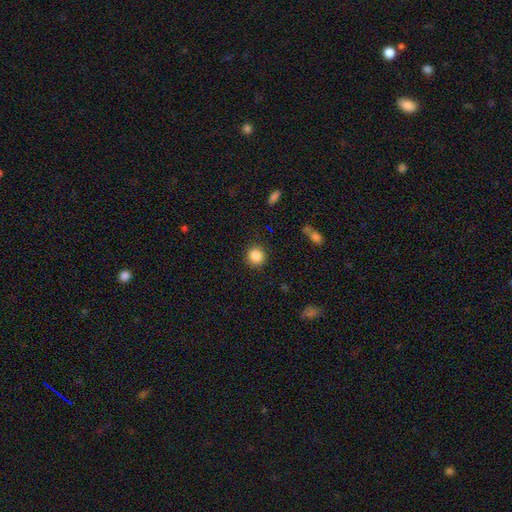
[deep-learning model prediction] Smooth or featured? Predicted: smooth (p=0.85). How rounded? Predicted: round (p=0.92). Merging? Predicted: none (p=0.91).